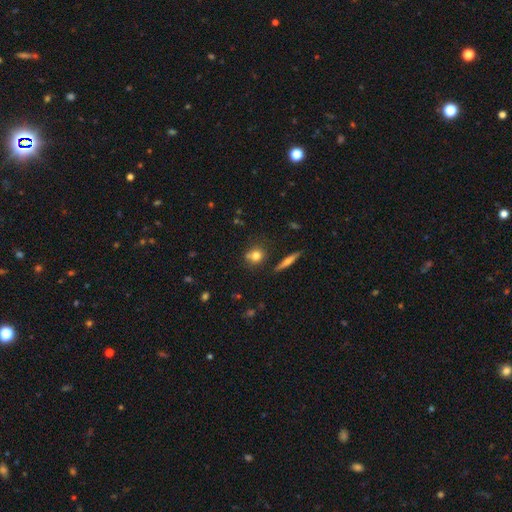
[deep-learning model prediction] smooth_or_featured: smooth (p=0.73) [alt: featured or disk p=0.14]
how_rounded: round (p=0.77) [alt: in between p=0.20]
merging: none (p=0.65) [alt: merger p=0.19]